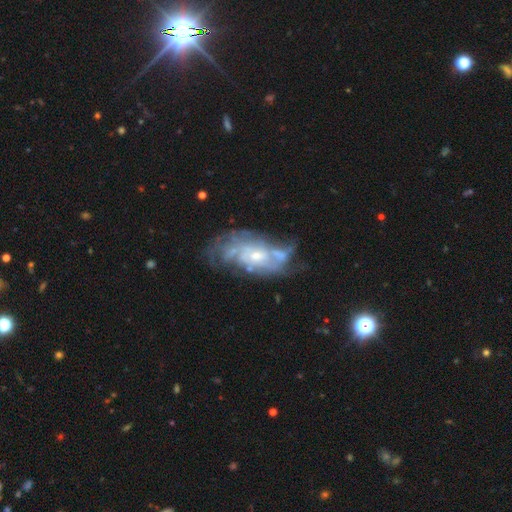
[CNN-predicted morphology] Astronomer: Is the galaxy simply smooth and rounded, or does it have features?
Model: featured or disk — 81%.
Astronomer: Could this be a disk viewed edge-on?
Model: no — 95%.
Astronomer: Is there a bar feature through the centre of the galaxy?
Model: no — 71%.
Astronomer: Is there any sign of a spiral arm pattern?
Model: yes — 81%.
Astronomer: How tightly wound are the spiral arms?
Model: tight — 51% (runner-up: medium, 33%).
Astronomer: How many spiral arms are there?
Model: can't tell — 52%.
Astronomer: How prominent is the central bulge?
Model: small — 56% (runner-up: moderate, 37%).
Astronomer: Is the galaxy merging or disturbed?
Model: none — 45% (runner-up: minor disturbance, 23%).